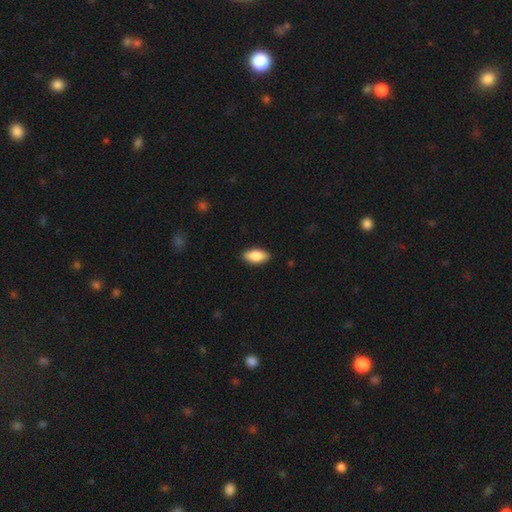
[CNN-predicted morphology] smooth_or_featured: smooth (p=0.86) [alt: featured or disk p=0.08]
how_rounded: in between (p=0.90) [alt: cigar-shaped p=0.07]
merging: none (p=0.89) [alt: minor disturbance p=0.09]